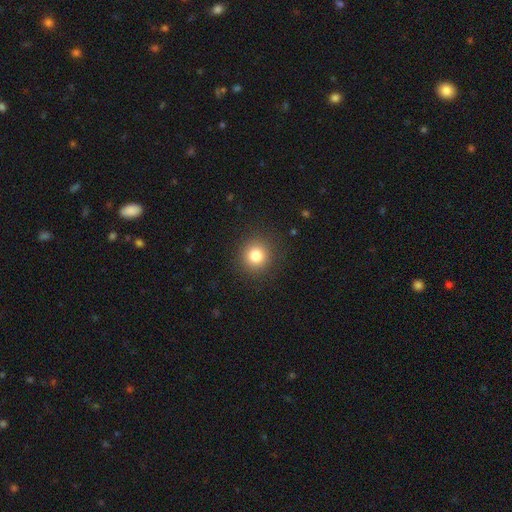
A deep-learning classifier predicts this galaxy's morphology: Smooth or featured? Predicted: smooth (p=0.82). How rounded? Predicted: round (p=0.93). Merging? Predicted: none (p=0.90).